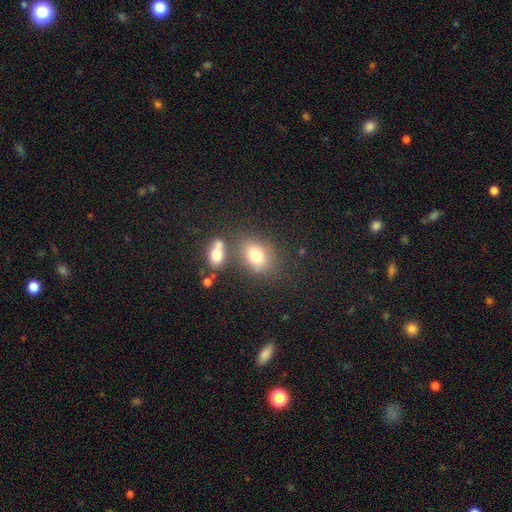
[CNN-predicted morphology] This appears to be a smooth galaxy with no disk features (77%) that is in between round and cigar-shaped (67%). Merging: none (59%).